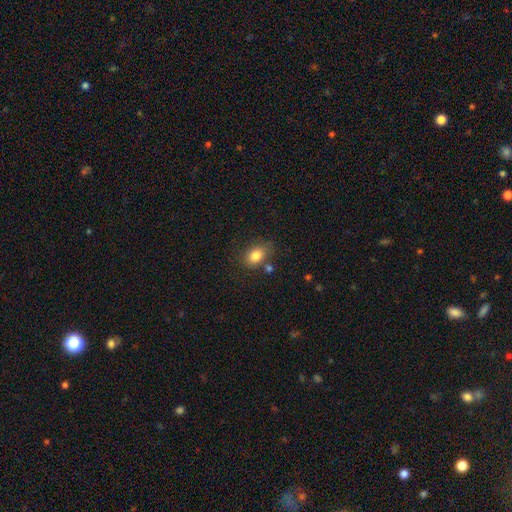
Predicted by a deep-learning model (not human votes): Smooth or featured?
  - smooth: 83% *
  - star or artifact: 9%
  - featured or disk: 8%
How rounded?
  - in between: 78% *
  - round: 20%
  - cigar-shaped: 2%
Merging?
  - none: 72% *
  - minor disturbance: 16%
  - merger: 8%
  - major disturbance: 4%